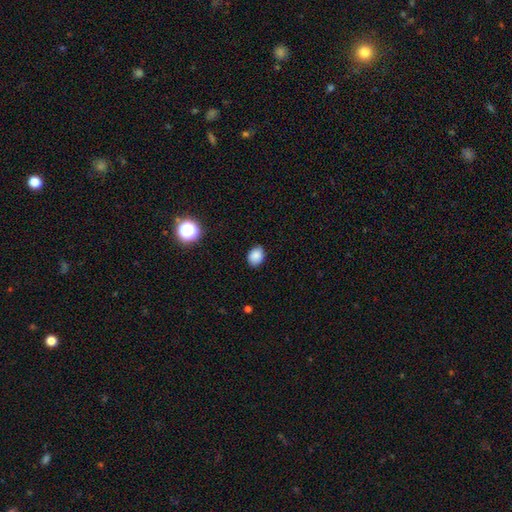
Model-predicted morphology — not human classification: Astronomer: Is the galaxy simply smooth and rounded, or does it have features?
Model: smooth — 86%.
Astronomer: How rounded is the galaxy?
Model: in between — 52% (runner-up: round, 47%).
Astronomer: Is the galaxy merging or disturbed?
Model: none — 83%.